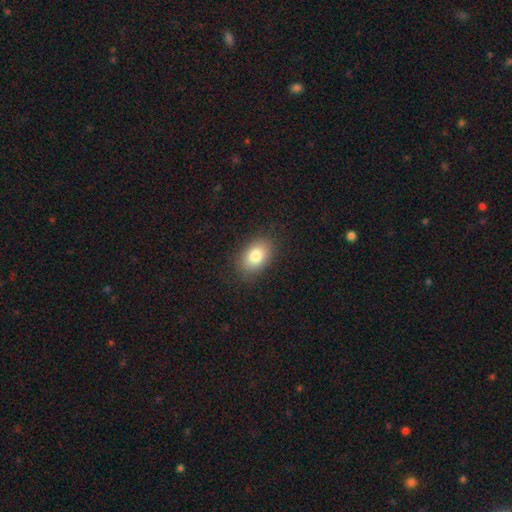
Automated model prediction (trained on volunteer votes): The model was most divided on "how rounded": in between: 83%, round: 16%, cigar-shaped: 1%. More confident: merging — none (86%); smooth or featured — smooth (81%).